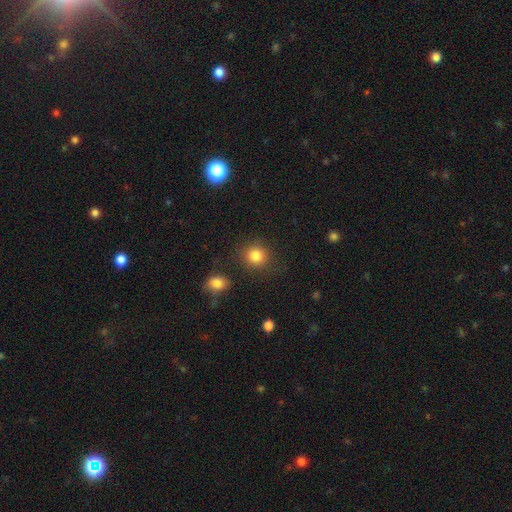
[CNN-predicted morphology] A smooth galaxy with no disk features (84%) that is round (87%).

Vote fractions:
- Smooth or featured? smooth: 84% / star or artifact: 11% / featured or disk: 5%
- How rounded? round: 87% / in between: 12% / cigar-shaped: 1%
- Merging? none: 81% / minor disturbance: 9% / merger: 6% / major disturbance: 4%